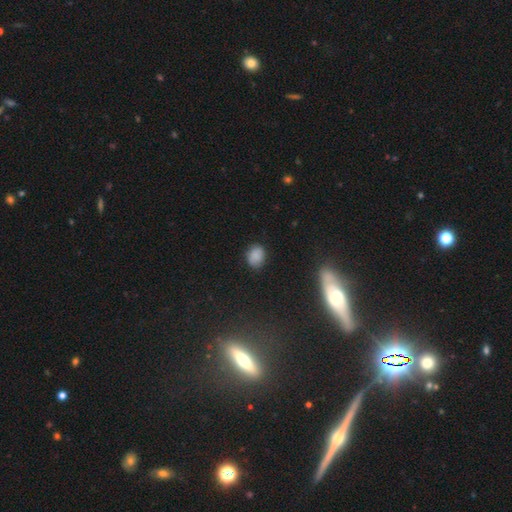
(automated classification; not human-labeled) A smooth galaxy with no disk features (83%) that is in between round and cigar-shaped (59%). Merging: none (77%).